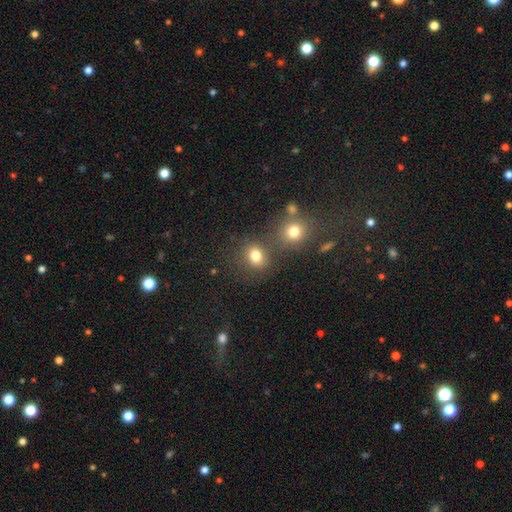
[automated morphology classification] smooth-or-featured: smooth: 78% | star or artifact: 16% | featured or disk: 6%
  how-rounded: round: 70% | in between: 29% | cigar-shaped: 1%
  merging: none: 66% | merger: 20% | minor disturbance: 10% | major disturbance: 4%